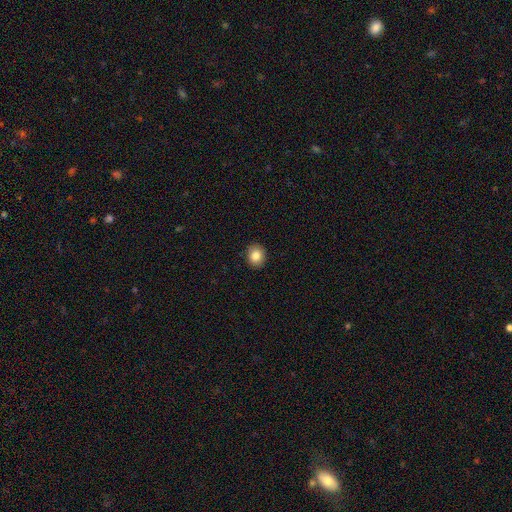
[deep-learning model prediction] Smooth or featured?
  - smooth: 84% *
  - star or artifact: 9%
  - featured or disk: 7%
How rounded?
  - round: 72% *
  - in between: 27%
  - cigar-shaped: 1%
Merging?
  - none: 91% *
  - minor disturbance: 7%
  - major disturbance: 2%
  - merger: 1%